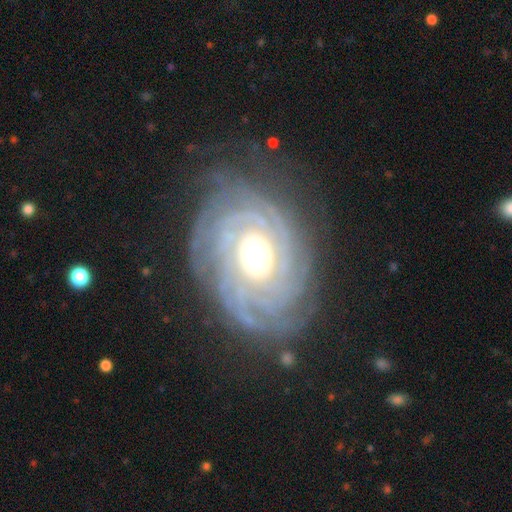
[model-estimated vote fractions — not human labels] featured or disk 90%, smooth 5%, star or artifact 5%. Down the decision tree: edge-on disk — no (96%); bar — no (72%); spiral arms — yes (97%); spiral arm count — can't tell (27%); spiral winding — tight (85%); bulge size — moderate (71%); merging — none (78%).